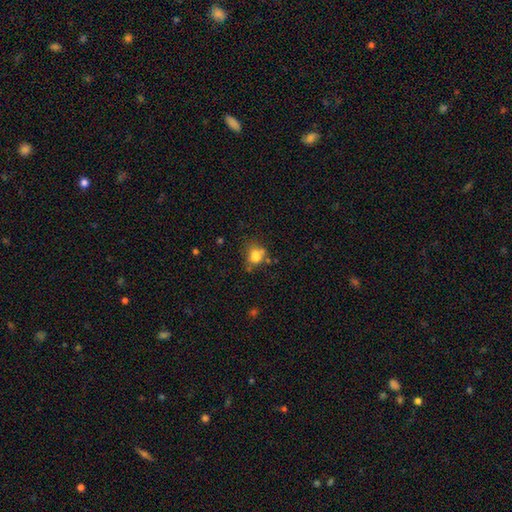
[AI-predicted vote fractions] Smooth or featured? smooth (74%)
How rounded? round (52%)
Merging? none (47%)